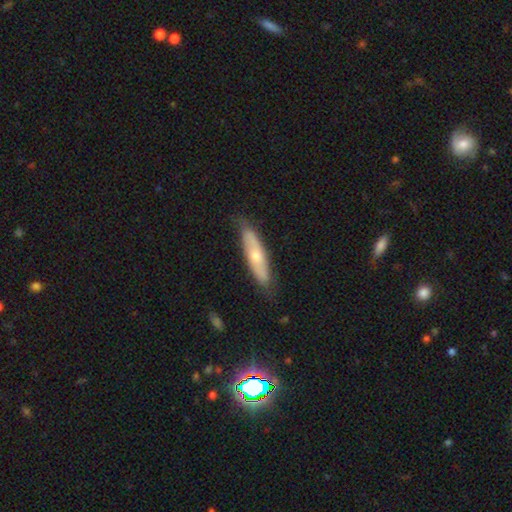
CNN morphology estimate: This is possibly a featured or disk galaxy (47%, tied with smooth). Merging: likely none (78%).